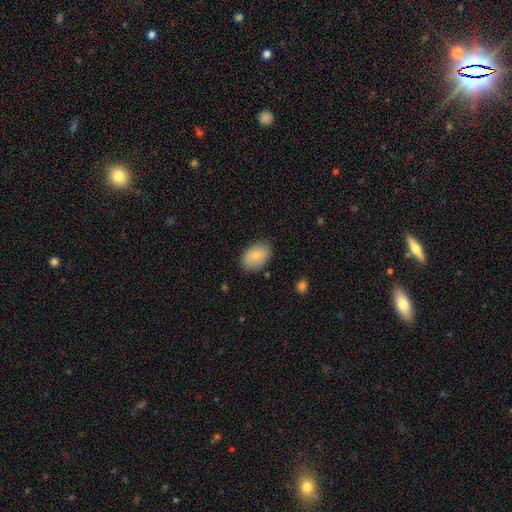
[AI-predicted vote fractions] This appears to be a smooth galaxy with no disk features (76%) that is in between round and cigar-shaped (84%). Merging: none (81%).